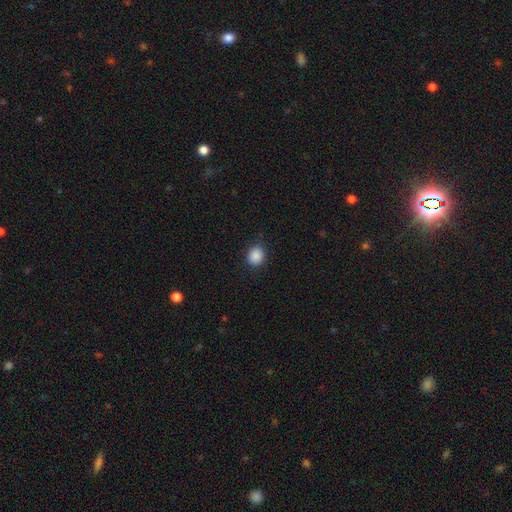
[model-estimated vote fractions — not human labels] Smooth or featured? Predicted: smooth (p=0.88). How rounded? Predicted: round (p=0.75). Merging? Predicted: none (p=0.86).